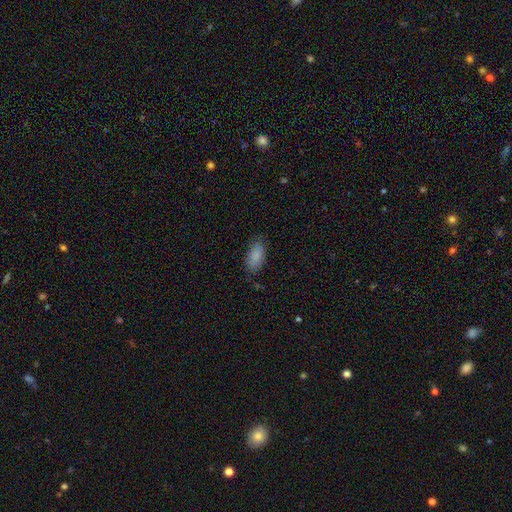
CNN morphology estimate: Overall: smooth (87%). How rounded: in between (91%). Merging: none (77%).